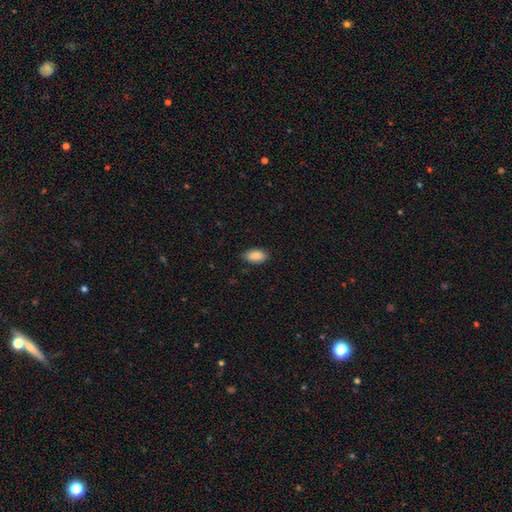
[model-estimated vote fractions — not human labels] Overall: smooth (89%). How rounded: in between (94%). Merging: none (87%).